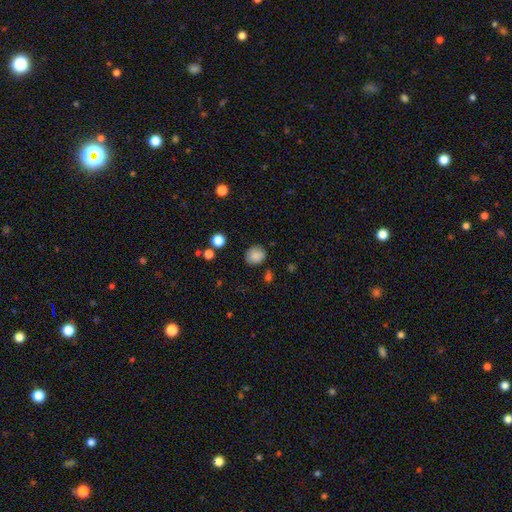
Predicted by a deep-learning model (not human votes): This is clearly a smooth galaxy (85%). How rounded: likely round (76%). Merging: clearly none (81%).